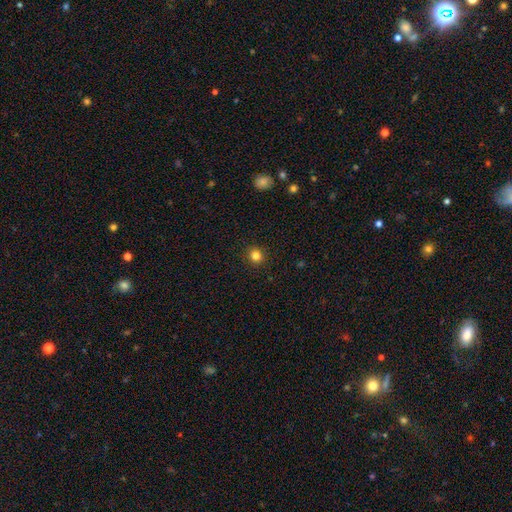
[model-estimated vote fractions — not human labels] A smooth galaxy with no disk features (83%) that is round (89%).

Vote fractions:
- Smooth or featured? smooth: 83% / star or artifact: 13% / featured or disk: 4%
- How rounded? round: 89% / in between: 10% / cigar-shaped: 1%
- Merging? none: 92% / minor disturbance: 5% / major disturbance: 2% / merger: 1%